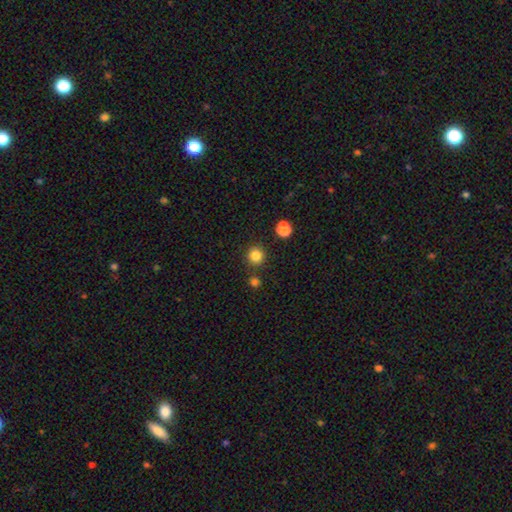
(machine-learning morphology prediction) This appears to be a smooth galaxy with no disk features (84%) that is round (94%). Merging: none (87%).